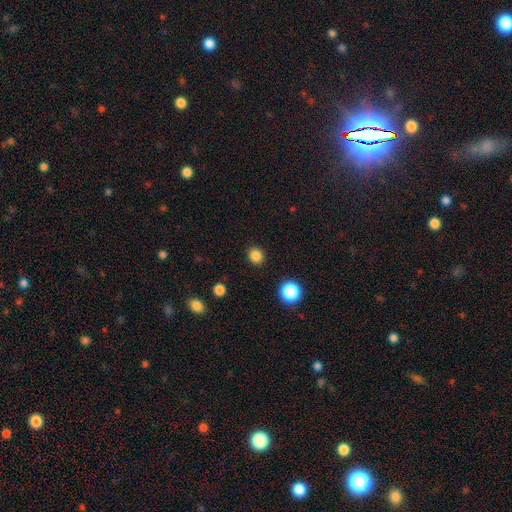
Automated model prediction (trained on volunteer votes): Smooth or featured? Predicted: smooth (p=0.84). How rounded? Predicted: round (p=0.80). Merging? Predicted: none (p=0.91).